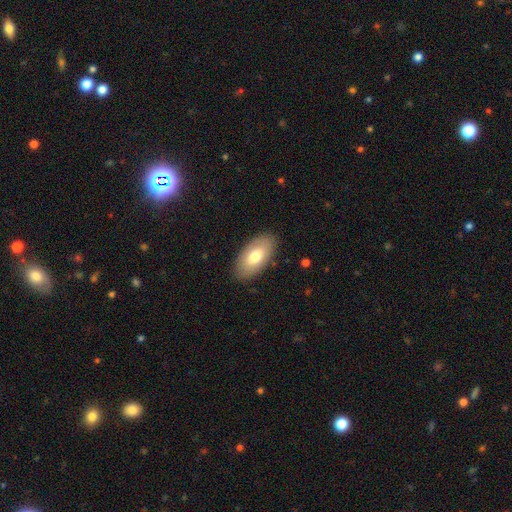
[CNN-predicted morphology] smooth 70%, featured or disk 22%, star or artifact 8%. Down the decision tree: how rounded — in between (93%); merging — none (88%).